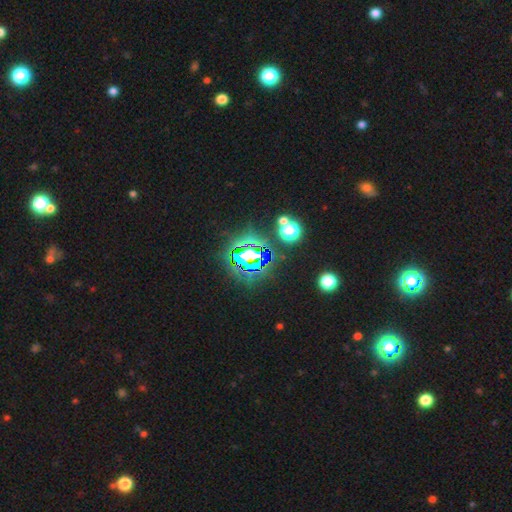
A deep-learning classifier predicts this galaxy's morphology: Smooth or featured? star or artifact (74%)